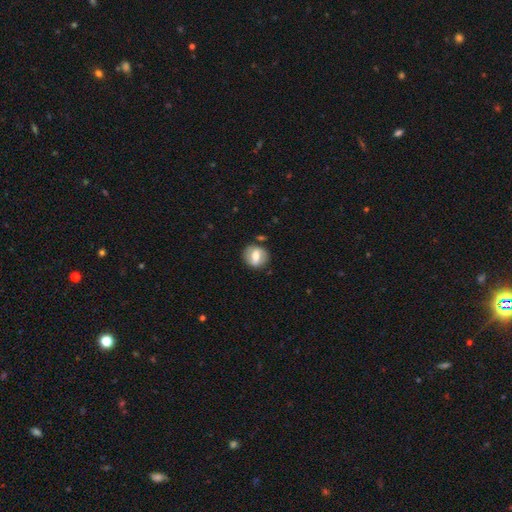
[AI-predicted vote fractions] Smooth or featured?
  - smooth: 51% *
  - featured or disk: 41%
  - star or artifact: 8%
How rounded?
  - round: 72% *
  - in between: 27%
  - cigar-shaped: 2%
Merging?
  - none: 79% *
  - minor disturbance: 13%
  - major disturbance: 4%
  - merger: 3%